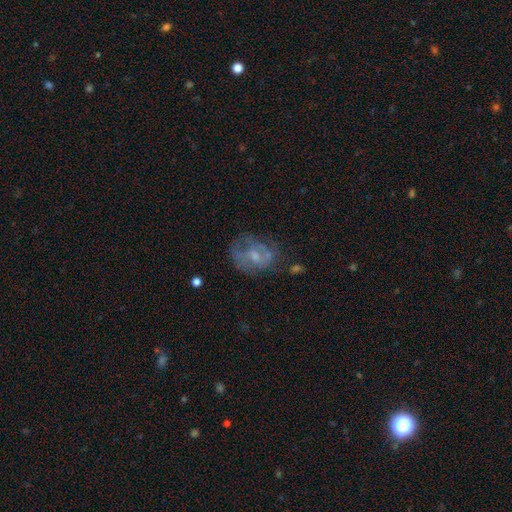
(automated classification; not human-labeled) Smooth or featured? featured or disk (56%)
Edge-on disk? no (97%)
Bar? no (70%)
Spiral arms? no (63%)
Bulge size? small (43%)
Merging? none (47%)